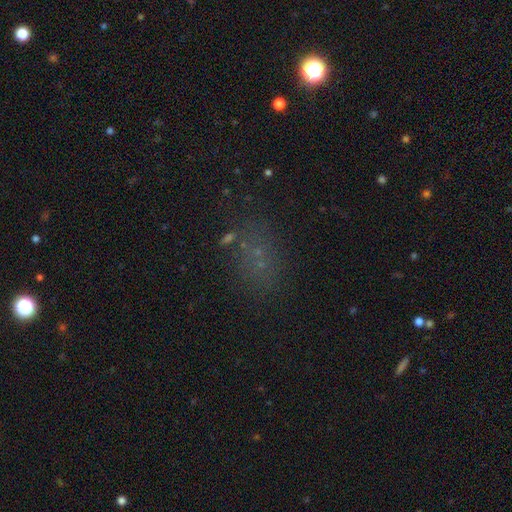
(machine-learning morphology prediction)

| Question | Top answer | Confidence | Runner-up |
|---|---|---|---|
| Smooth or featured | smooth | 50% | star or artifact (36%) |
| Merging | none | 67% | minor disturbance (17%) |